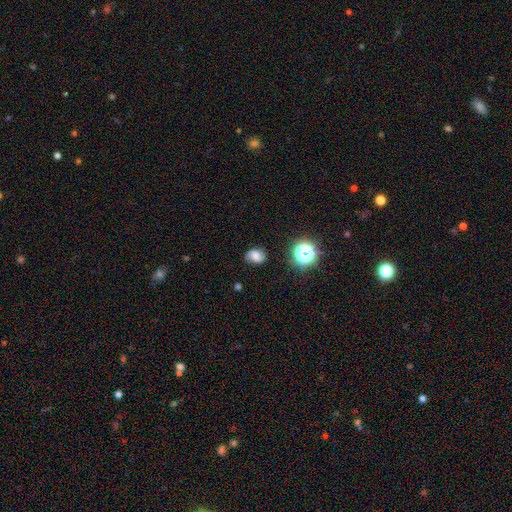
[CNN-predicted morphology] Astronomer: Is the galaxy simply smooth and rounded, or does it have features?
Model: smooth — 47% (runner-up: featured or disk, 37%).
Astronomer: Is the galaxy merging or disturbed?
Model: none — 73%.